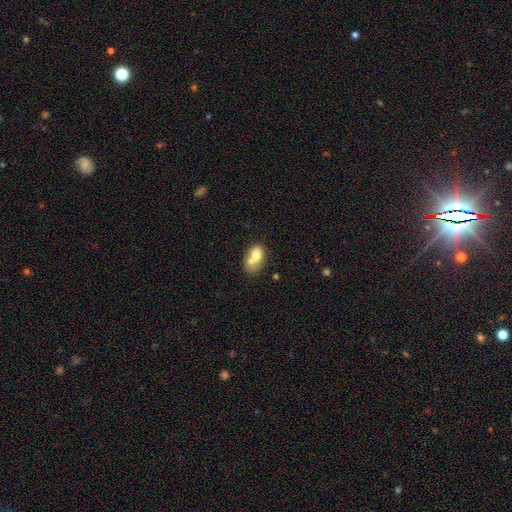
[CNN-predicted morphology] Overall: smooth (68%). How rounded: in between (75%). Merging: merger (58%; none 25%).